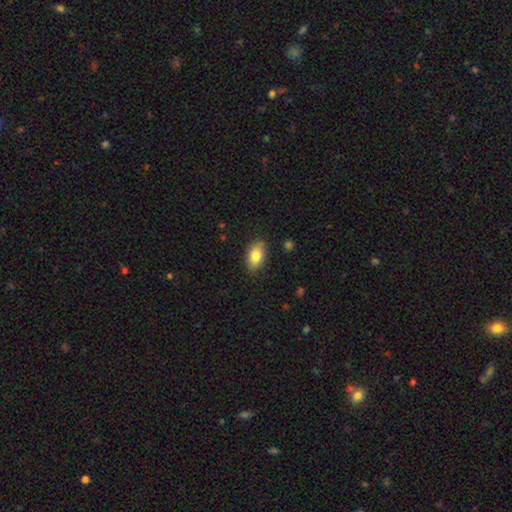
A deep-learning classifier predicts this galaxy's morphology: Smooth or featured? Predicted: smooth (p=0.82). How rounded? Predicted: in between (p=0.90). Merging? Predicted: none (p=0.85).